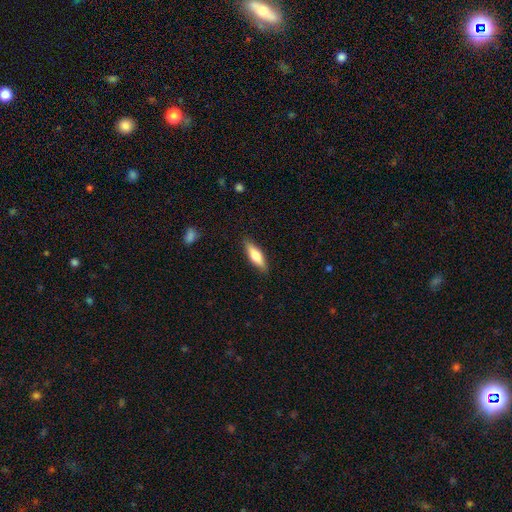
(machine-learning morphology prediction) This appears to be a smooth galaxy with no disk features (61%) that is cigar-shaped (55%). Merging: none (88%).